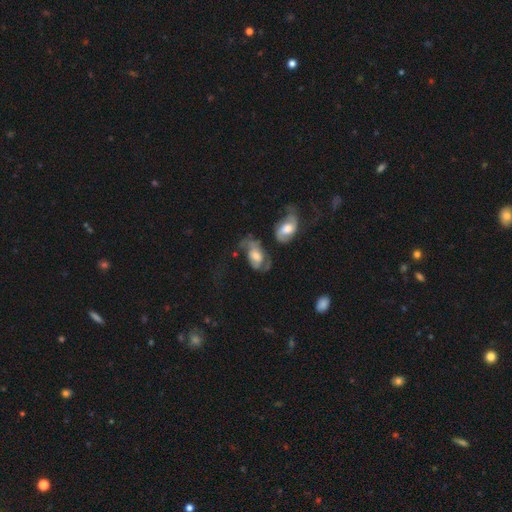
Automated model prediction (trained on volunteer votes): featured or disk 56%, smooth 36%, star or artifact 8%. Down the decision tree: edge-on disk — no (94%); bar — no (67%); spiral arms — yes (69%); bulge size — moderate (51%); merging — major disturbance (34%).